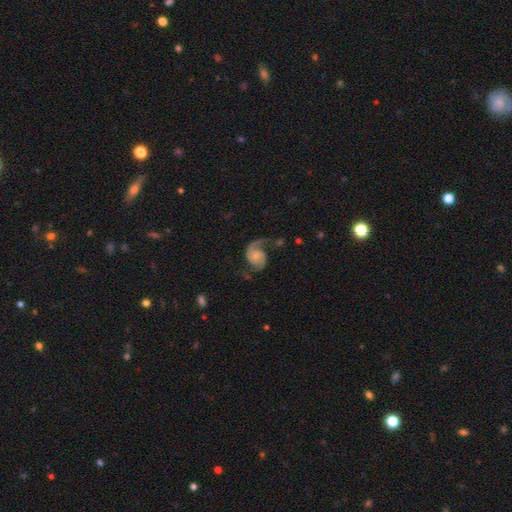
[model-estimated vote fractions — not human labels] Smooth or featured? Predicted: featured or disk (p=0.86). Edge-on disk? Predicted: no (p=0.98). Bar? Predicted: no (p=0.73). Spiral arms? Predicted: yes (p=0.97). Spiral winding? Predicted: loose (p=0.44). Spiral arm count? Predicted: 2 (p=0.79). Bulge size? Predicted: small (p=0.61). Merging? Predicted: none (p=0.56).